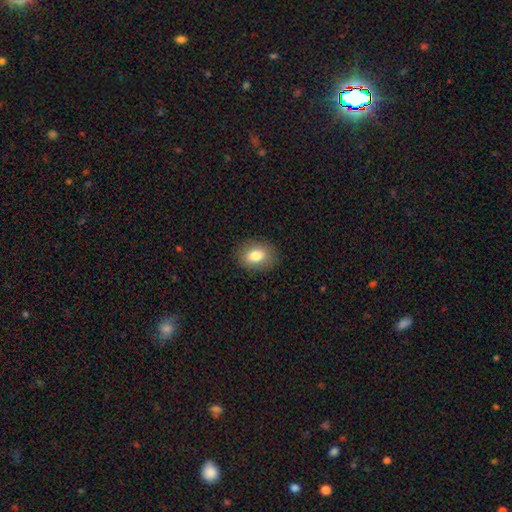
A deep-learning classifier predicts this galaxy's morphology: Overall: smooth (81%). How rounded: in between (72%). Merging: none (87%).